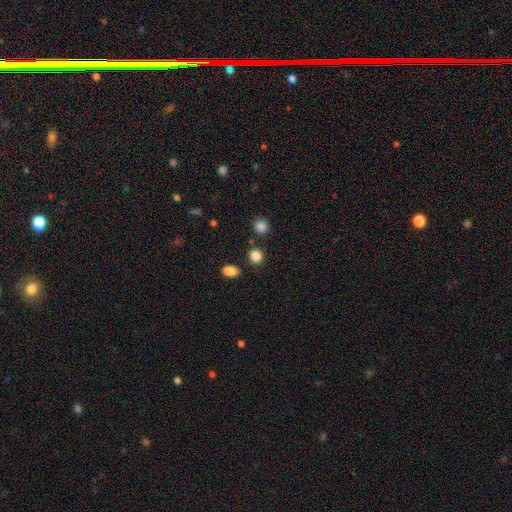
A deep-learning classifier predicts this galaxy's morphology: smooth-or-featured: smooth: 85% | star or artifact: 11% | featured or disk: 3%
  how-rounded: round: 76% | in between: 23% | cigar-shaped: 1%
  merging: none: 83% | minor disturbance: 8% | merger: 5% | major disturbance: 3%